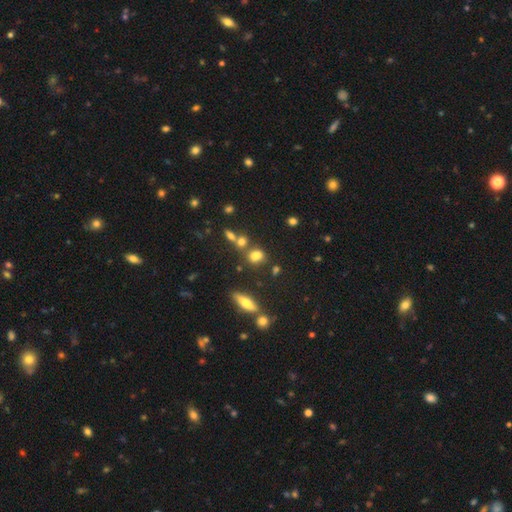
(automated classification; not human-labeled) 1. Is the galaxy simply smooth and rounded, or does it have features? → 72% smooth, 17% star or artifact, 11% featured or disk.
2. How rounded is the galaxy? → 48% round, 47% in between, 5% cigar-shaped.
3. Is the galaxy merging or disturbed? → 57% none, 25% merger, 13% minor disturbance, 5% major disturbance.